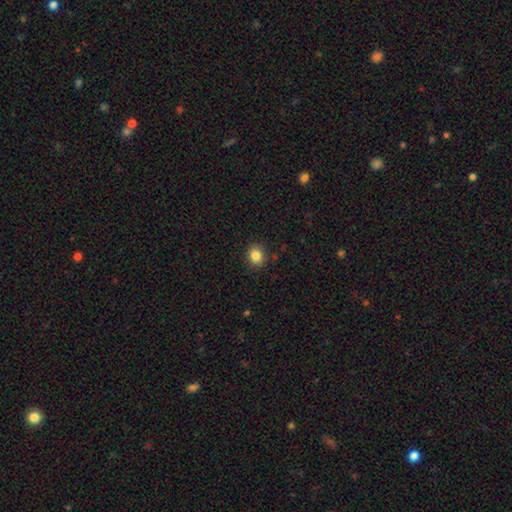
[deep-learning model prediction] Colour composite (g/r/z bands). It shows a smooth galaxy with no disk features (85%) that is round (66%). Merging: none (88%).